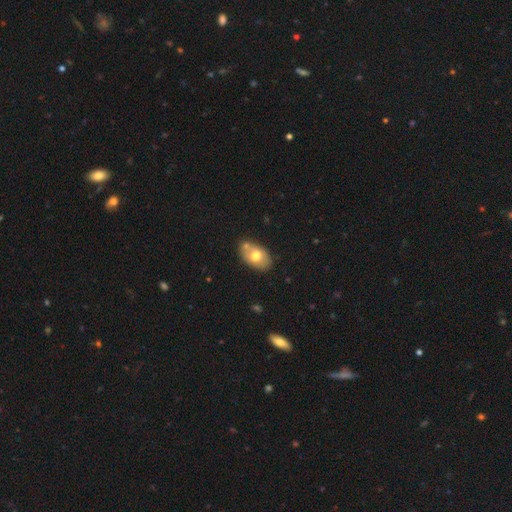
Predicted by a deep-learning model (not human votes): The model was most divided on "smooth or featured": smooth: 65%, featured or disk: 28%, star or artifact: 7%. More confident: how rounded — in between (90%); merging — none (63%).